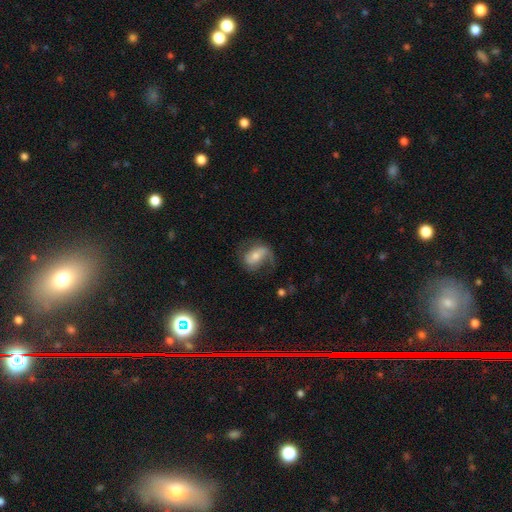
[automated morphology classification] Overall: featured or disk (59%; smooth 33%). Edge-on disk: no (96%). Bar: no (38%, tied with weak). Spiral arms: yes (84%). Bulge size: moderate (52%; small 36%). Merging: none (48%; major disturbance 25%).